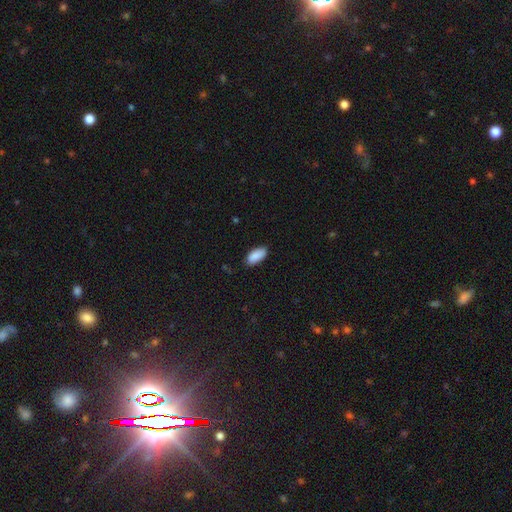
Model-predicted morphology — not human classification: This appears to be a smooth galaxy with no disk features (90%) that is in between round and cigar-shaped (90%). Merging: none (84%).